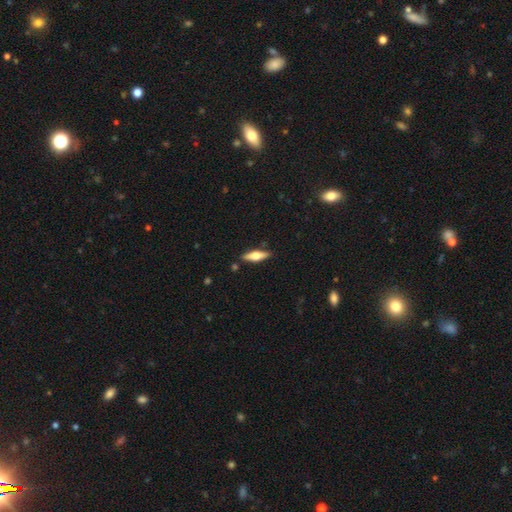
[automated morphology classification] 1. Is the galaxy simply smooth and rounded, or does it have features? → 50% featured or disk, 45% smooth, 6% star or artifact.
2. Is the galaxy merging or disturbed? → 86% none, 10% minor disturbance, 2% merger, 2% major disturbance.